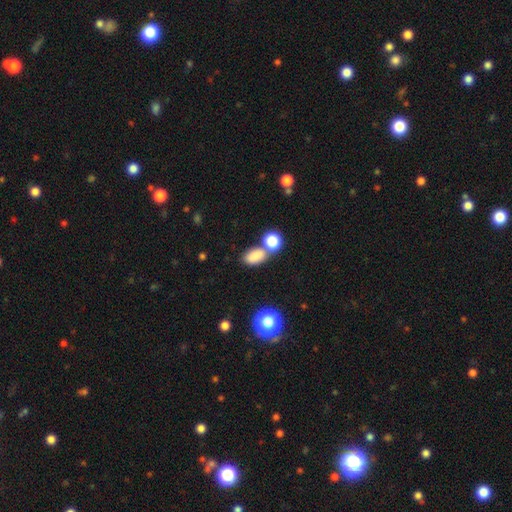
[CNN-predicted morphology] Smooth or featured? smooth (81%)
How rounded? in between (86%)
Merging? none (54%)